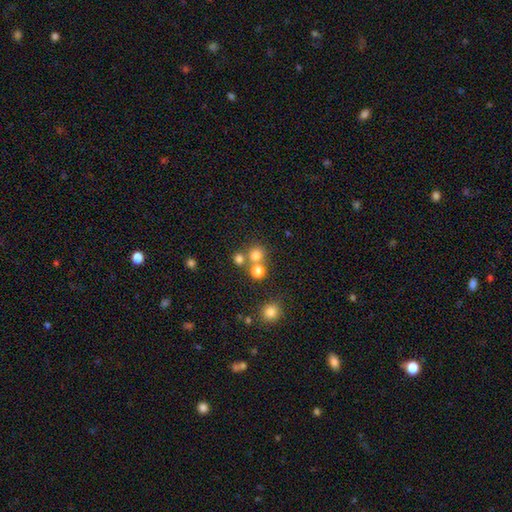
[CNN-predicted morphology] A smooth galaxy with no disk features (74%) that is round (90%). Merging: none (62%).